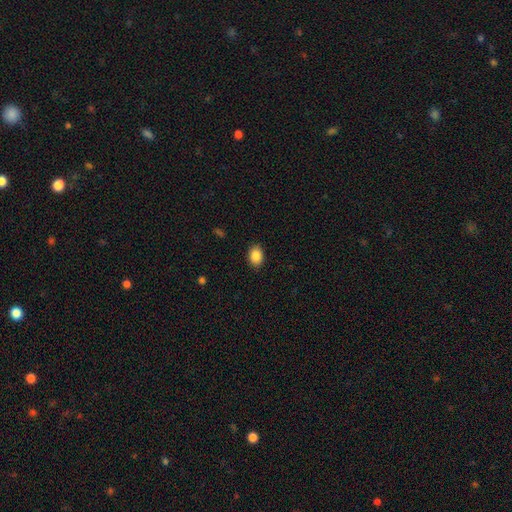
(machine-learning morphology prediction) Smooth or featured: smooth — 88% (star or artifact — 8%)
How rounded: in between — 76% (round — 23%)
Merging: none — 88% (minor disturbance — 8%)